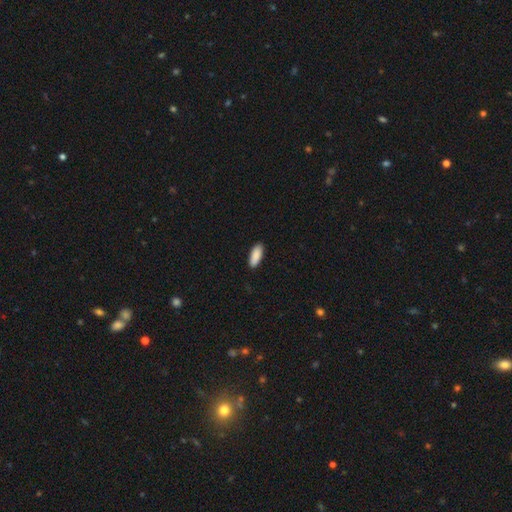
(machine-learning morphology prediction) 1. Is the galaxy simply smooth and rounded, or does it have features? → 91% smooth, 6% star or artifact, 4% featured or disk.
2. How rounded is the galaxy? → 75% in between, 23% cigar-shaped, 2% round.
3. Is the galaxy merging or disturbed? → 90% none, 8% minor disturbance, 2% major disturbance, 1% merger.